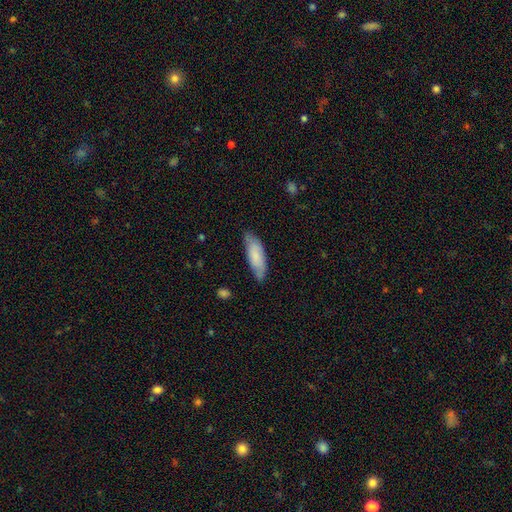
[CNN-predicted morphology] Q: Smooth or featured?
A: smooth (80%); runner-up: featured or disk (15%)
Q: How rounded?
A: in between (59%); runner-up: cigar-shaped (39%)
Q: Merging?
A: none (73%); runner-up: minor disturbance (22%)